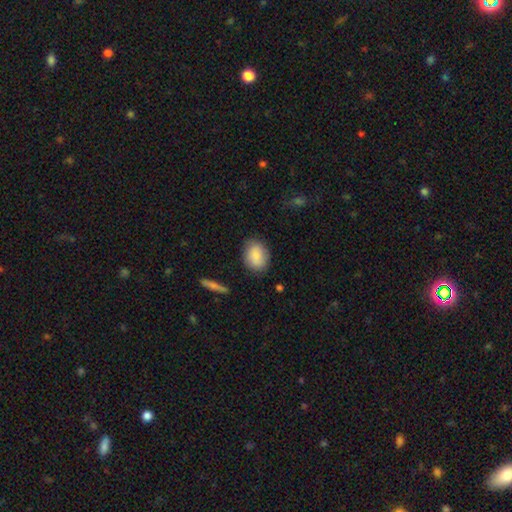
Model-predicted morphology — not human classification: This is clearly a smooth galaxy (85%). How rounded: likely in between (61%). Merging: clearly none (81%).